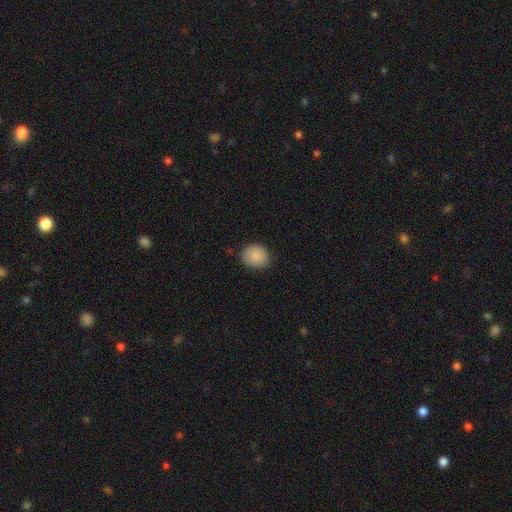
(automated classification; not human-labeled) Q: Smooth or featured?
A: smooth (88%); runner-up: star or artifact (8%)
Q: How rounded?
A: round (76%); runner-up: in between (23%)
Q: Merging?
A: none (83%); runner-up: minor disturbance (13%)